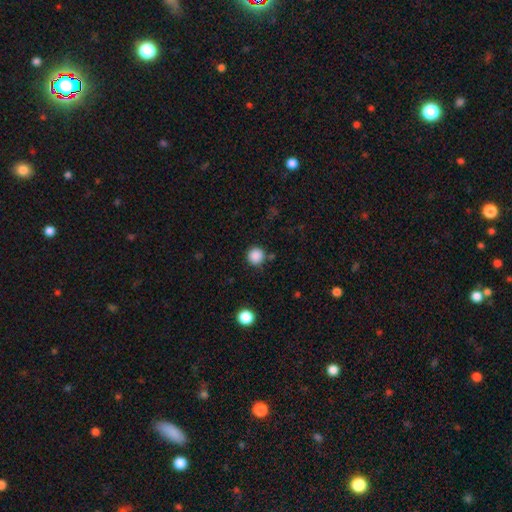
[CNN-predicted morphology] Smooth or featured: smooth — 87% (star or artifact — 10%)
How rounded: round — 95% (in between — 4%)
Merging: none — 87% (minor disturbance — 8%)